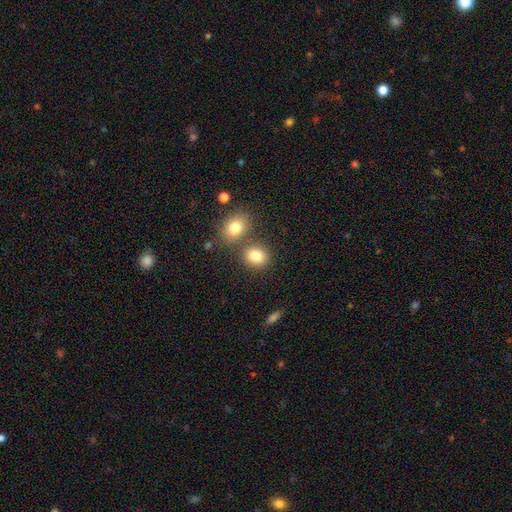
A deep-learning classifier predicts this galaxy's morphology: smooth-or-featured: smooth: 82% | star or artifact: 10% | featured or disk: 7%
  how-rounded: round: 57% | in between: 42% | cigar-shaped: 1%
  merging: none: 67% | merger: 19% | minor disturbance: 10% | major disturbance: 3%